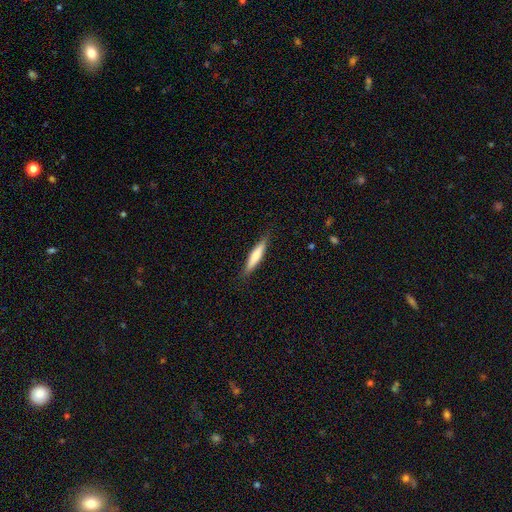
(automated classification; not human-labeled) Q: Smooth or featured?
A: smooth (68%); runner-up: featured or disk (27%)
Q: How rounded?
A: cigar-shaped (86%); runner-up: in between (13%)
Q: Merging?
A: none (87%); runner-up: minor disturbance (10%)